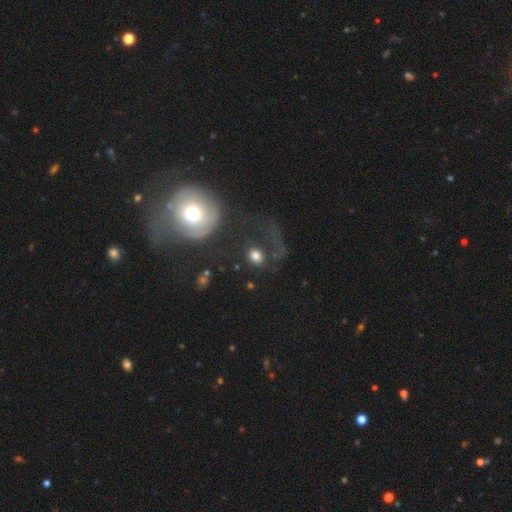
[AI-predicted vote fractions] A smooth galaxy with no disk features (71%) that is round (61%).

Vote fractions:
- Smooth or featured? smooth: 71% / featured or disk: 18% / star or artifact: 11%
- How rounded? round: 61% / in between: 37% / cigar-shaped: 2%
- Merging? none: 49% / major disturbance: 26% / minor disturbance: 14% / merger: 11%